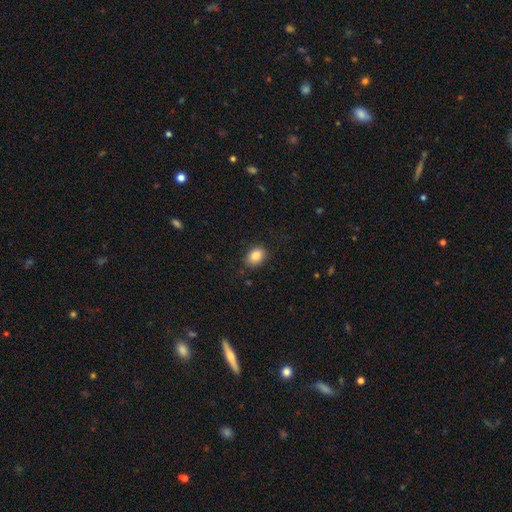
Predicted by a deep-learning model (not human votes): Smooth or featured? Predicted: smooth (p=0.86). How rounded? Predicted: in between (p=0.73). Merging? Predicted: none (p=0.84).